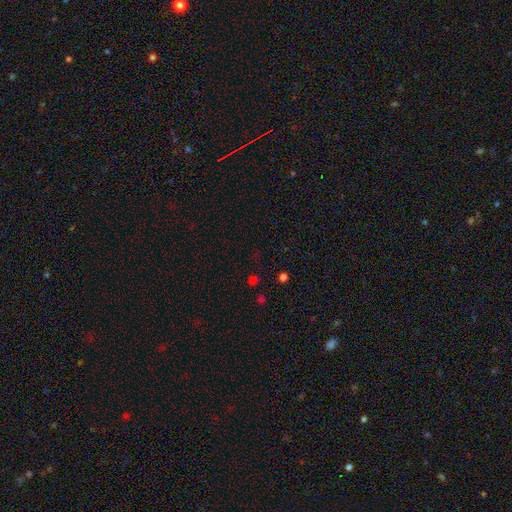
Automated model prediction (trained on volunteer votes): Morphology: type=star or artifact (53%).